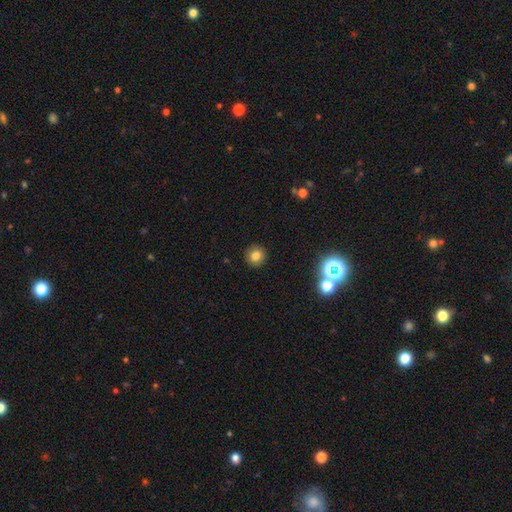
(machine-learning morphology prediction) This is likely a smooth galaxy (80%). How rounded: clearly round (94%). Merging: clearly none (92%).